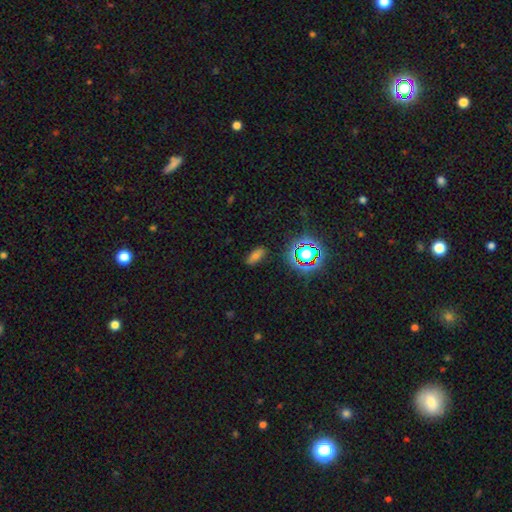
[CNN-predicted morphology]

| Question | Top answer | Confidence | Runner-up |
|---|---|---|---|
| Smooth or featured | smooth | 59% | star or artifact (30%) |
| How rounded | in between | 76% | cigar-shaped (17%) |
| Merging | none | 84% | minor disturbance (11%) |